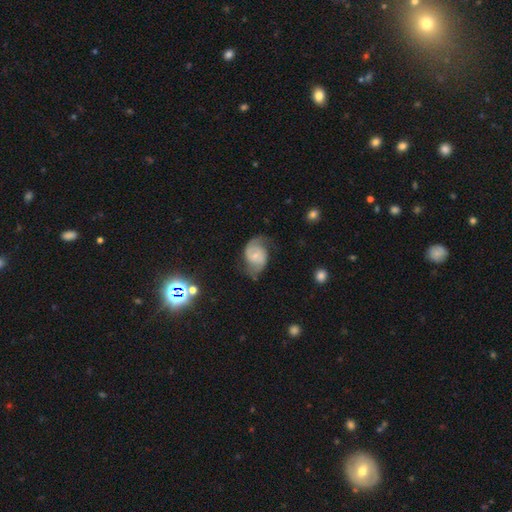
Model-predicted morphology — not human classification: Overall: featured or disk (72%). Edge-on disk: no (97%). Bar: no (55%; weak 36%). Spiral arms: yes (91%). Spiral arm count: 2 (87%). Spiral winding: medium (48%; loose 30%). Bulge size: small (64%; moderate 27%). Merging: none (61%; minor disturbance 23%).